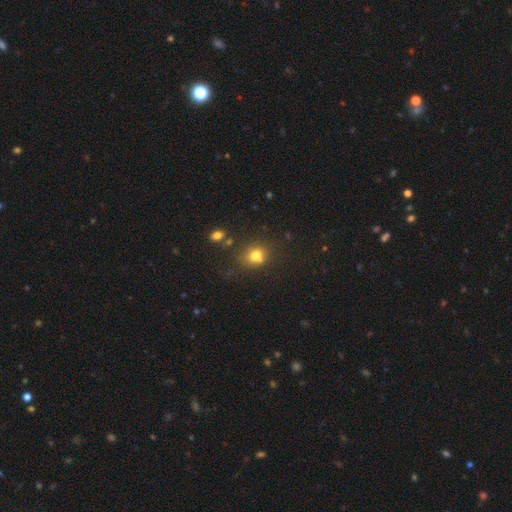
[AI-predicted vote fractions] smooth 73%, star or artifact 15%, featured or disk 11%. Down the decision tree: how rounded — round (68%); merging — none (58%).